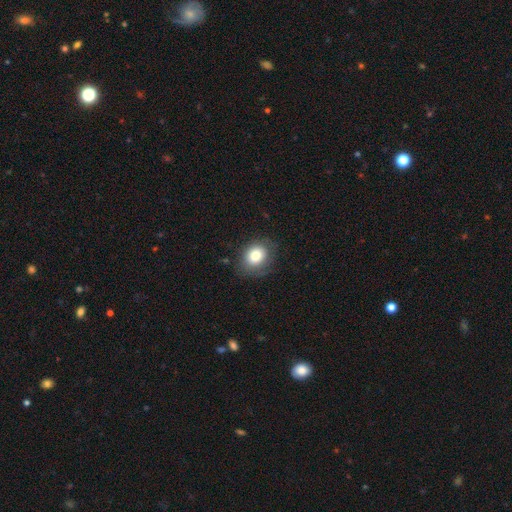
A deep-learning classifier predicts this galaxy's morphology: Smooth or featured?
  - smooth: 77% *
  - featured or disk: 13%
  - star or artifact: 9%
How rounded?
  - round: 54% *
  - in between: 45%
  - cigar-shaped: 1%
Merging?
  - none: 76% *
  - minor disturbance: 17%
  - major disturbance: 6%
  - merger: 1%